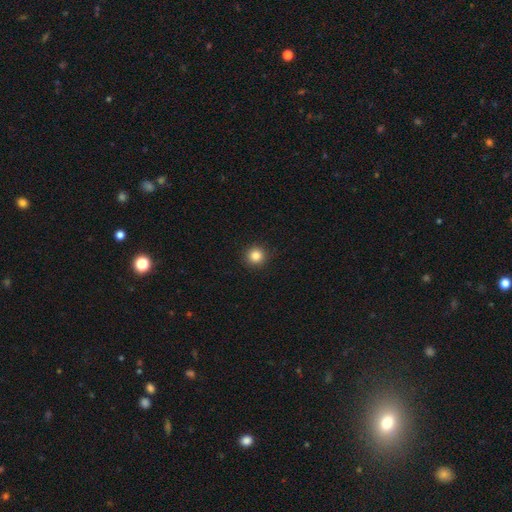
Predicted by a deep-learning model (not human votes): A smooth galaxy with no disk features (85%) that is round (95%). Merging: none (92%).